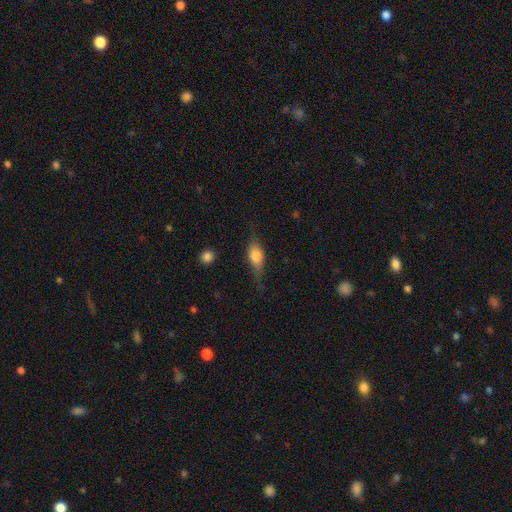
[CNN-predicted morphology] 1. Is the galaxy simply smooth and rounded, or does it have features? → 56% smooth, 37% featured or disk, 8% star or artifact.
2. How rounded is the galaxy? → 68% in between, 21% cigar-shaped, 11% round.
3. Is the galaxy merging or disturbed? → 62% none, 26% minor disturbance, 10% major disturbance, 2% merger.